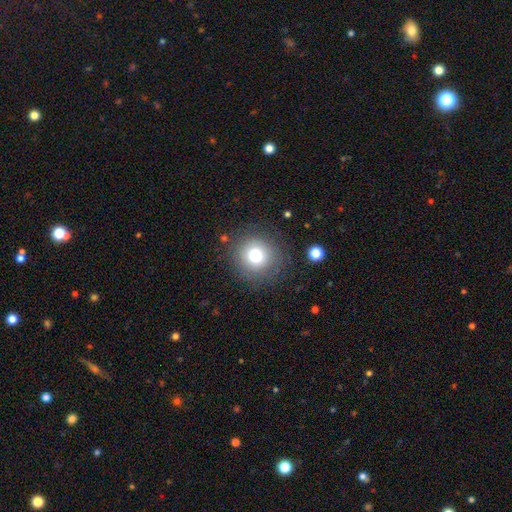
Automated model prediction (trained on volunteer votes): Smooth or featured? smooth (79%)
How rounded? round (93%)
Merging? none (83%)